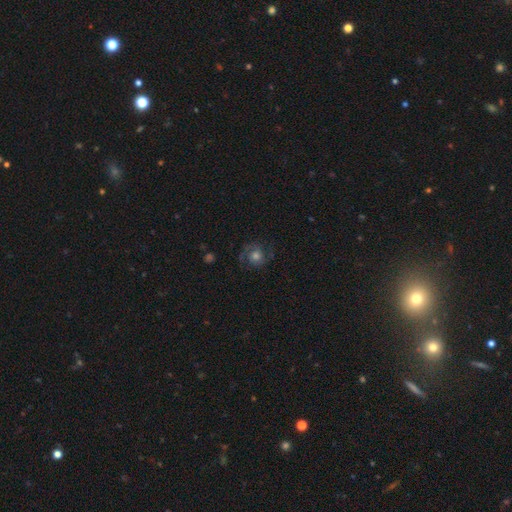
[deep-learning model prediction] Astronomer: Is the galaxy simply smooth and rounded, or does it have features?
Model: featured or disk — 70%.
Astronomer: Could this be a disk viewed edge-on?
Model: no — 98%.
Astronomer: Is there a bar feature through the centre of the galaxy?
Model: no — 74%.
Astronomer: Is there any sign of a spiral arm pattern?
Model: yes — 93%.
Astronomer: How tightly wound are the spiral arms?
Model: medium — 47% (runner-up: tight, 37%).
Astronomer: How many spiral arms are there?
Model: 2 — 78%.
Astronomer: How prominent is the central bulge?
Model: moderate — 59%.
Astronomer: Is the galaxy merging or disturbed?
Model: none — 75%.